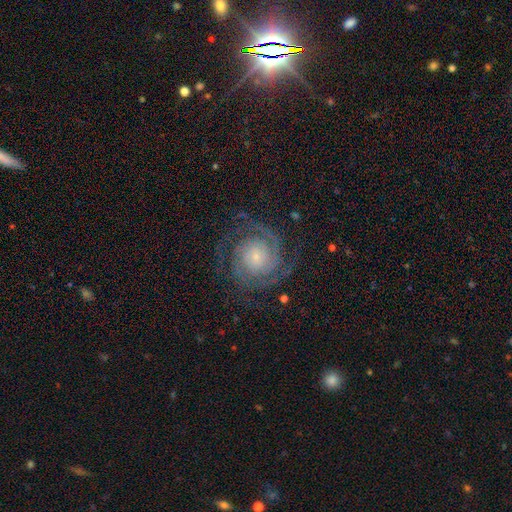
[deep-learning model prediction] The model was most divided on "spiral arm count": 2: 43%, 3: 22%, can't tell: 14%, 4: 9%, more than 4: 6%, 1: 6%. More confident: edge-on disk — no (98%); spiral arms — yes (98%); smooth or featured — featured or disk (89%); merging — none (77%); bulge size — small (73%); bar — no (73%); spiral winding — tight (69%).